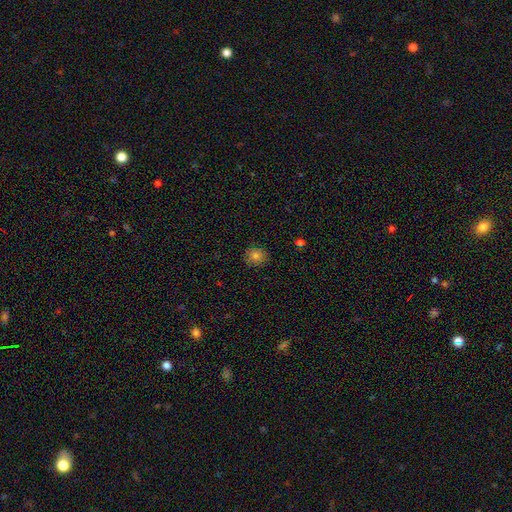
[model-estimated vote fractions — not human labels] Smooth or featured?
  - smooth: 81% *
  - star or artifact: 12%
  - featured or disk: 7%
How rounded?
  - round: 84% *
  - in between: 15%
  - cigar-shaped: 1%
Merging?
  - none: 88% *
  - minor disturbance: 9%
  - major disturbance: 2%
  - merger: 1%